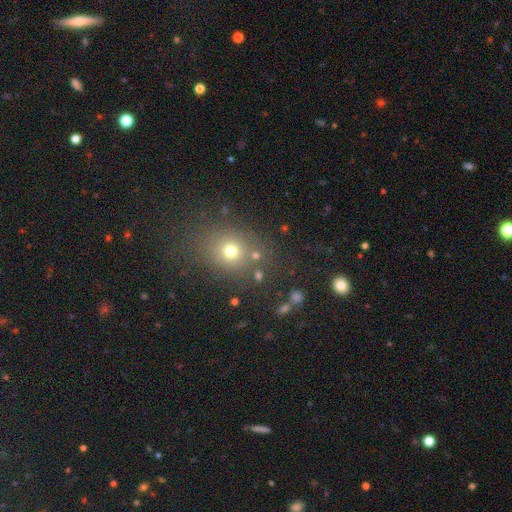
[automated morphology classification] Smooth or featured? Predicted: smooth (p=0.65). How rounded? Predicted: round (p=0.69). Merging? Predicted: none (p=0.77).